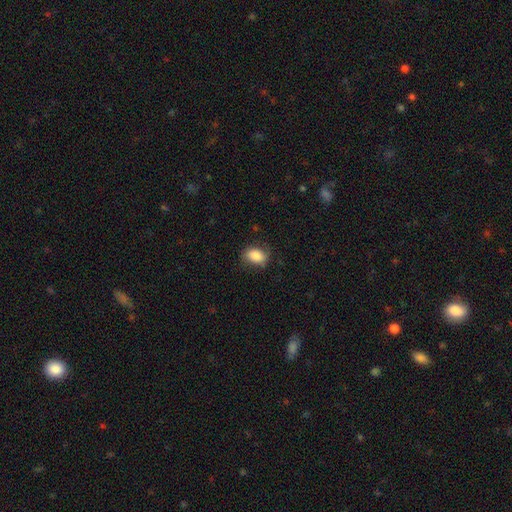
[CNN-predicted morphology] This is clearly a smooth galaxy (85%). How rounded: clearly in between (81%). Merging: likely none (78%).